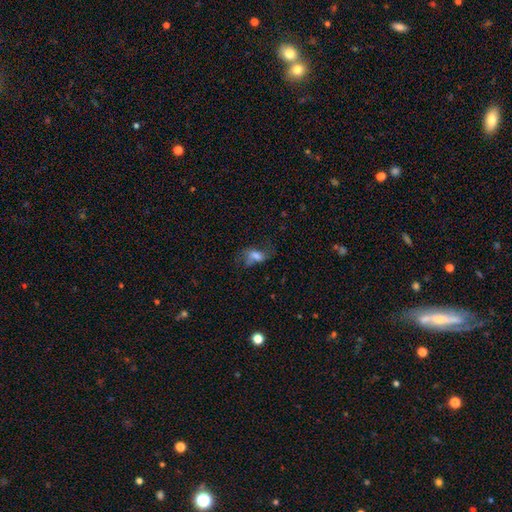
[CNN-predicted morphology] Smooth or featured? Predicted: smooth (p=0.56). How rounded? Predicted: in between (p=0.84). Merging? Predicted: none (p=0.39).